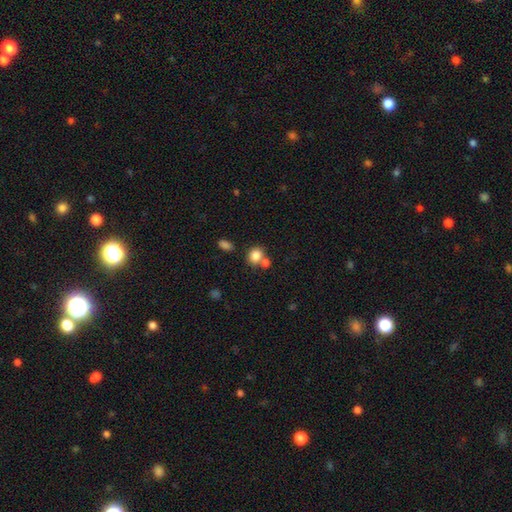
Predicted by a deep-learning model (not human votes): Overall: smooth (83%). How rounded: round (68%; in between 31%). Merging: none (55%; merger 32%).